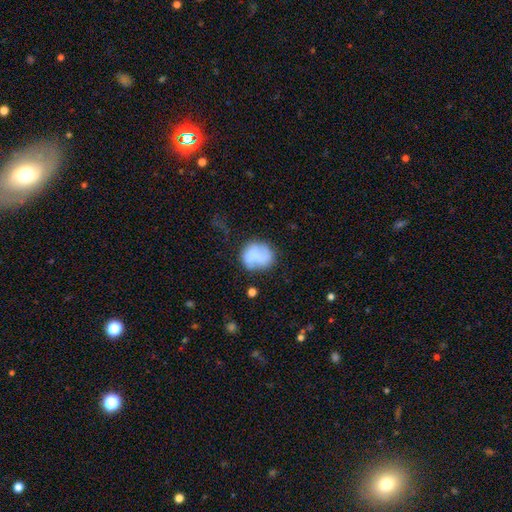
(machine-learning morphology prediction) Smooth or featured? smooth (65%)
How rounded? round (71%)
Merging? none (47%)